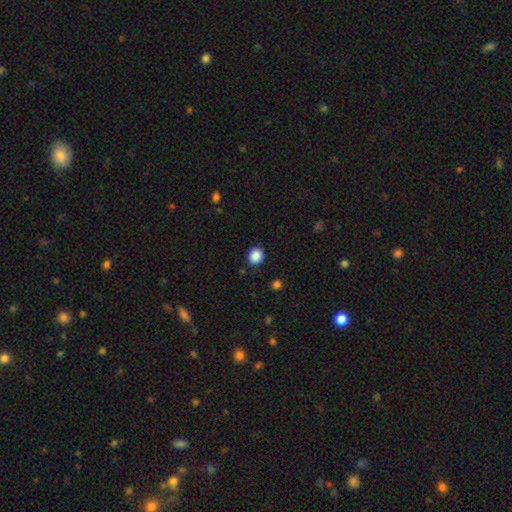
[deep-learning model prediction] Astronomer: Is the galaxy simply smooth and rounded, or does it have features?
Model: smooth — 88%.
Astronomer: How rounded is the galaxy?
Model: round — 77%.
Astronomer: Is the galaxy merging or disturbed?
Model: none — 88%.